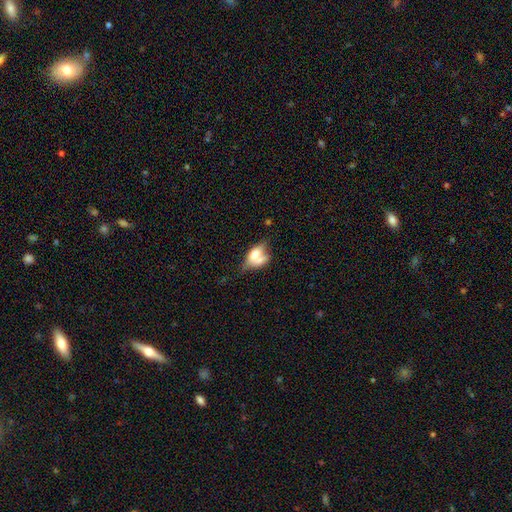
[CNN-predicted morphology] smooth-or-featured: smooth: 60% | featured or disk: 31% | star or artifact: 9%
  how-rounded: in between: 72% | round: 18% | cigar-shaped: 10%
  merging: merger: 48% | none: 26% | minor disturbance: 14% | major disturbance: 12%